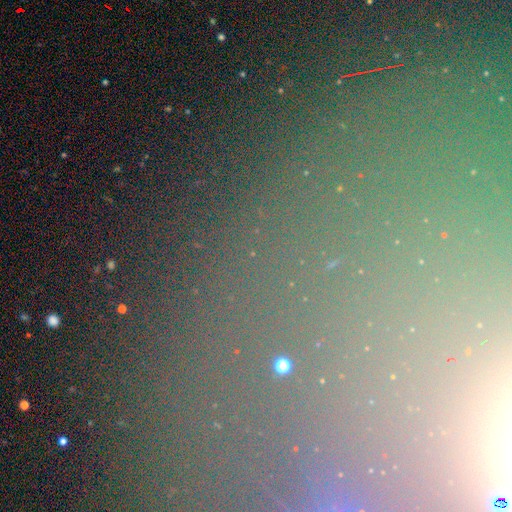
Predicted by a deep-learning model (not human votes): This appears to be a star or artifact, not a galaxy (76%).